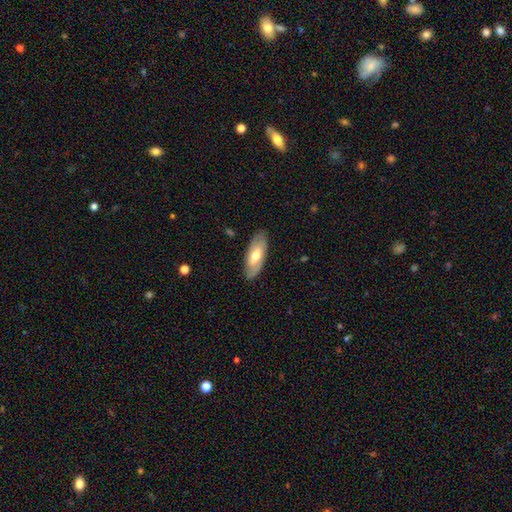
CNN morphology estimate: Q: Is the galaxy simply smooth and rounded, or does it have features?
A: smooth — 51%.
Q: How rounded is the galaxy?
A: in between — 80%.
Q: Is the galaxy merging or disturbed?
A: none — 85%.